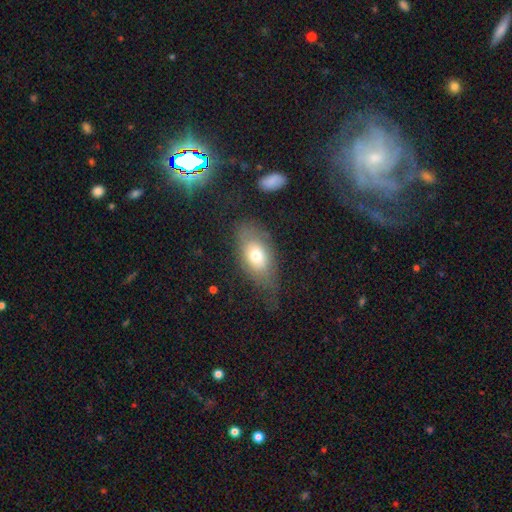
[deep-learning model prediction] smooth_or_featured: smooth (p=0.64) [alt: featured or disk p=0.27]
how_rounded: in between (p=0.86) [alt: round p=0.09]
merging: none (p=0.51) [alt: minor disturbance p=0.25]